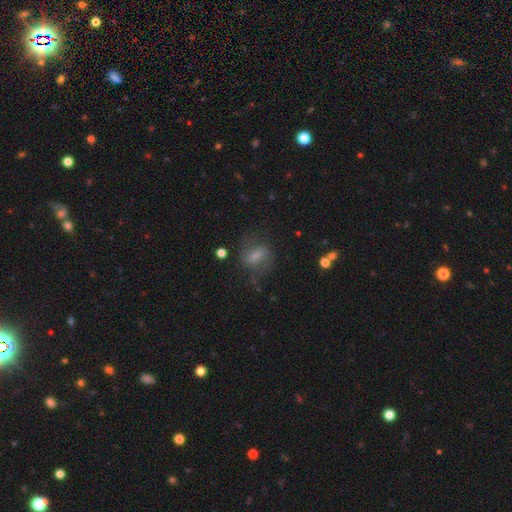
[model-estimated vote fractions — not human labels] Morphology: type=smooth (54%); roundness=in between (65%); merging=none (62%).